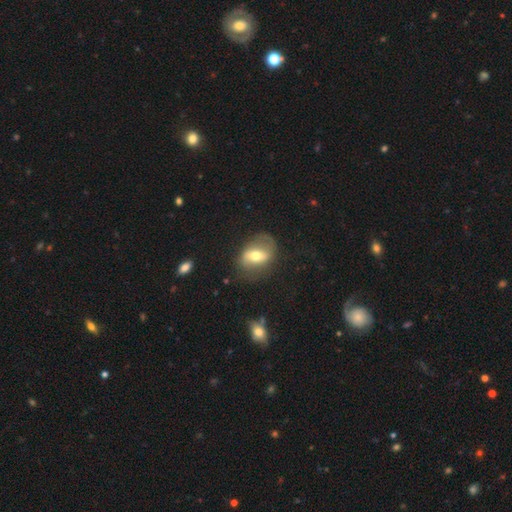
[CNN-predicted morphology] Q: Smooth or featured?
A: featured or disk (52%); runner-up: smooth (40%)
Q: Edge-on disk?
A: no (90%); runner-up: yes (10%)
Q: Merging?
A: none (64%); runner-up: minor disturbance (20%)